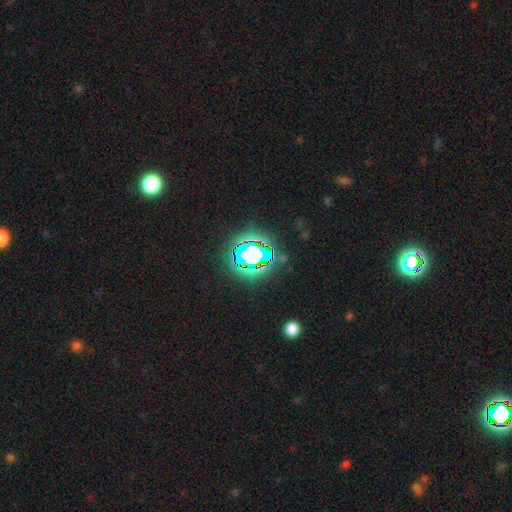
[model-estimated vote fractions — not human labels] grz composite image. It shows a star or artifact, not a galaxy (69%).